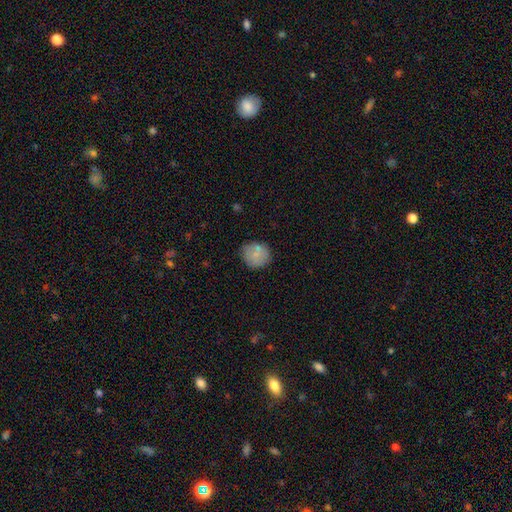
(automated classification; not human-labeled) The model was most divided on "merging": none: 71%, minor disturbance: 17%, merger: 7%, major disturbance: 4%. More confident: how rounded — round (85%); smooth or featured — smooth (77%).